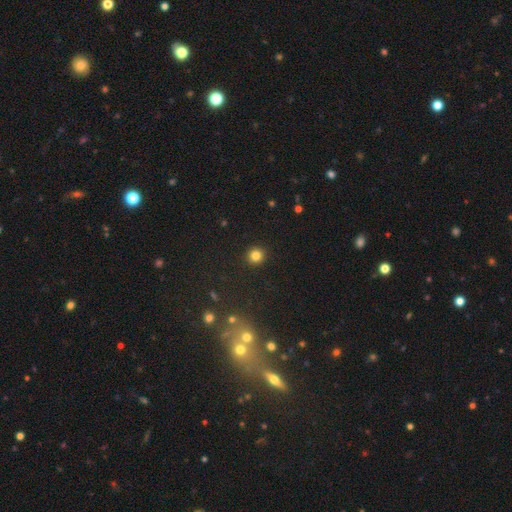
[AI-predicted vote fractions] Overall: smooth (82%). How rounded: round (93%). Merging: none (92%).